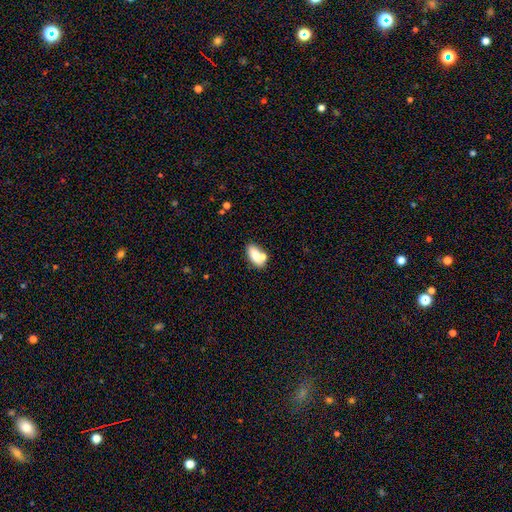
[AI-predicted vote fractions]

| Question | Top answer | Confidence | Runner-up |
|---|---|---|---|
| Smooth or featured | smooth | 76% | featured or disk (16%) |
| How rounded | in between | 86% | cigar-shaped (9%) |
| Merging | none | 57% | merger (24%) |